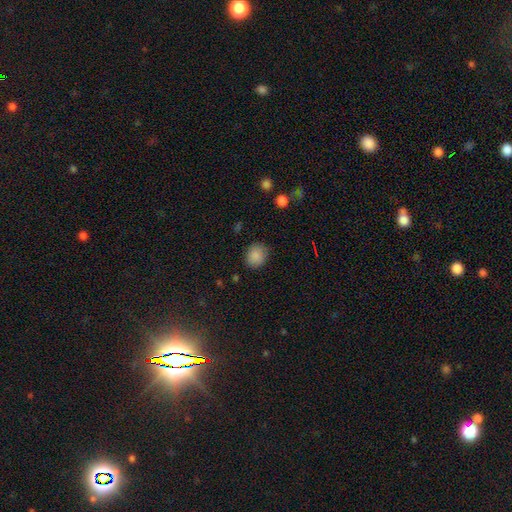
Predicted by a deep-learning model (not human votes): smooth-or-featured: smooth: 86% | star or artifact: 9% | featured or disk: 5%
  how-rounded: round: 64% | in between: 35% | cigar-shaped: 1%
  merging: none: 82% | minor disturbance: 14% | major disturbance: 3% | merger: 1%